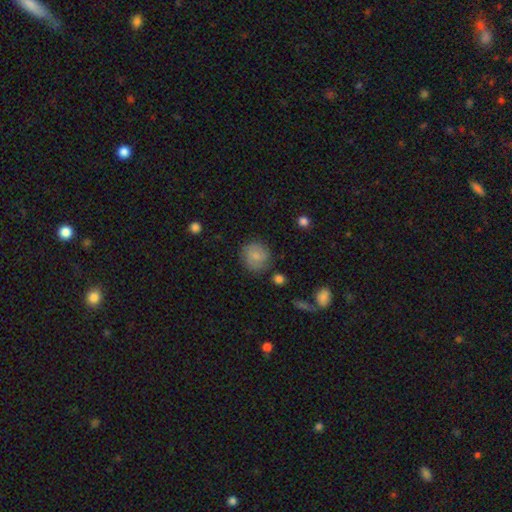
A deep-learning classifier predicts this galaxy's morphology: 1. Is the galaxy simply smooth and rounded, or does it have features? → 73% smooth, 19% featured or disk, 8% star or artifact.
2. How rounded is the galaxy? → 85% round, 14% in between, 1% cigar-shaped.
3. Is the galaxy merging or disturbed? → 76% none, 16% minor disturbance, 6% major disturbance, 2% merger.